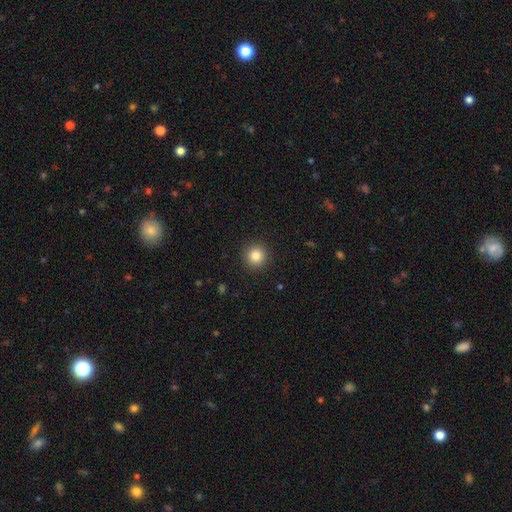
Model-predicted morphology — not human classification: Smooth or featured? Predicted: smooth (p=0.85). How rounded? Predicted: round (p=0.95). Merging? Predicted: none (p=0.92).